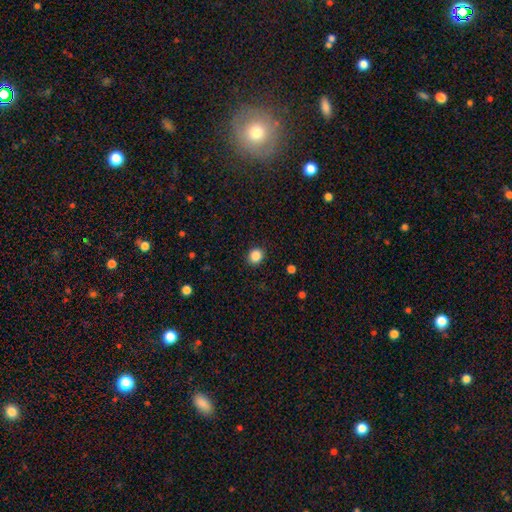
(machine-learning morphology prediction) This is clearly a smooth galaxy (86%). How rounded: likely round (77%). Merging: clearly none (89%).